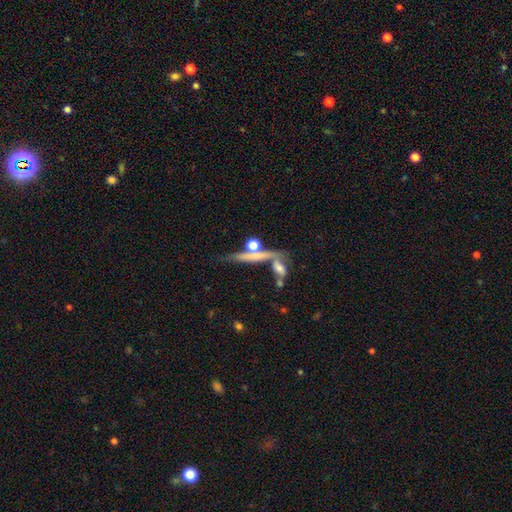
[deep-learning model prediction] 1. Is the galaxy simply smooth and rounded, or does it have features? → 47% featured or disk, 41% smooth, 12% star or artifact.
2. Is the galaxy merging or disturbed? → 51% none, 28% merger, 13% minor disturbance, 8% major disturbance.